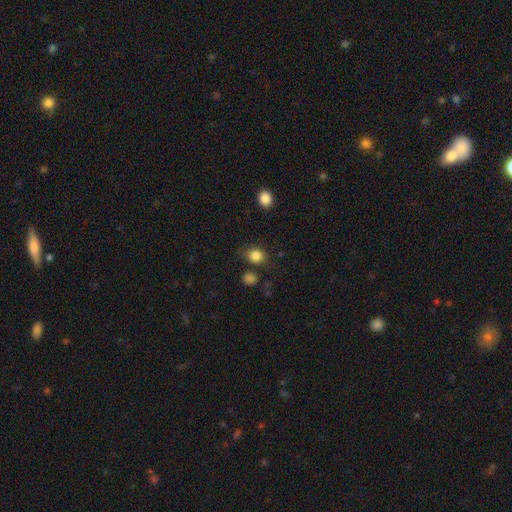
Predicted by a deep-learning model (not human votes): A smooth galaxy with no disk features (84%) that is round (62%). Merging: none (76%).